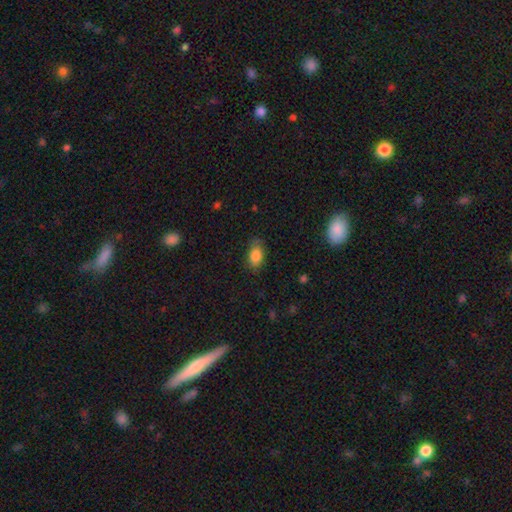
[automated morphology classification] Q: Smooth or featured?
A: smooth (84%); runner-up: star or artifact (8%)
Q: How rounded?
A: in between (87%); runner-up: round (10%)
Q: Merging?
A: none (76%); runner-up: minor disturbance (19%)